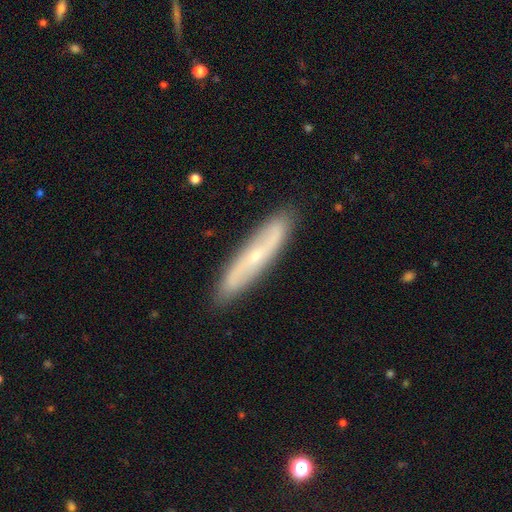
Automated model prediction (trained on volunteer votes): Smooth or featured? featured or disk (67%)
Edge-on disk? no (56%)
Merging? none (88%)